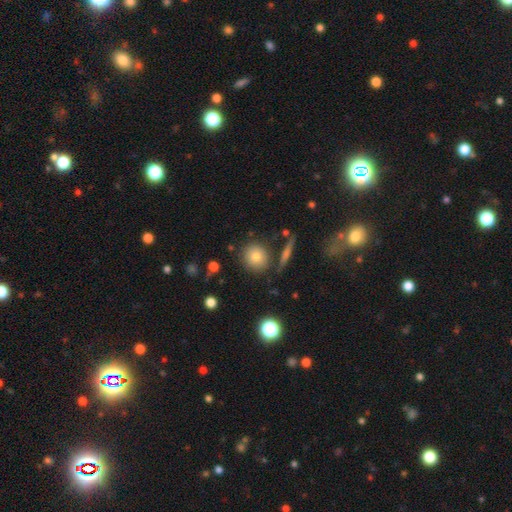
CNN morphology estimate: A smooth galaxy with no disk features (77%) that is round (89%). Merging: none (81%).